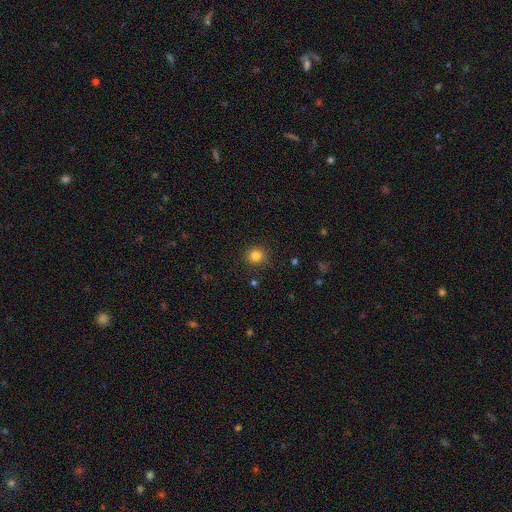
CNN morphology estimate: Overall: smooth (83%). How rounded: round (92%). Merging: none (87%).